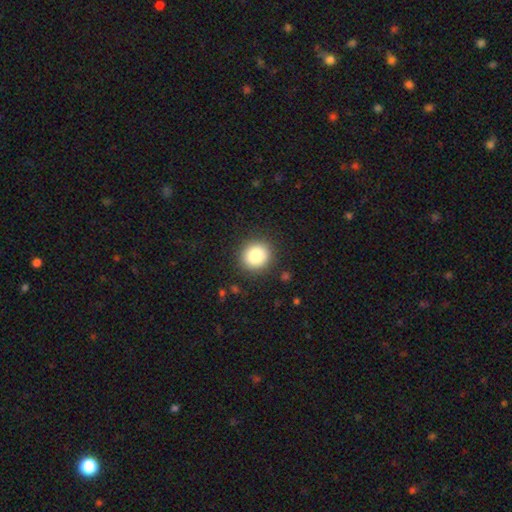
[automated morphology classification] Smooth or featured: smooth — 83% (star or artifact — 10%)
How rounded: round — 90% (in between — 9%)
Merging: none — 90% (minor disturbance — 6%)